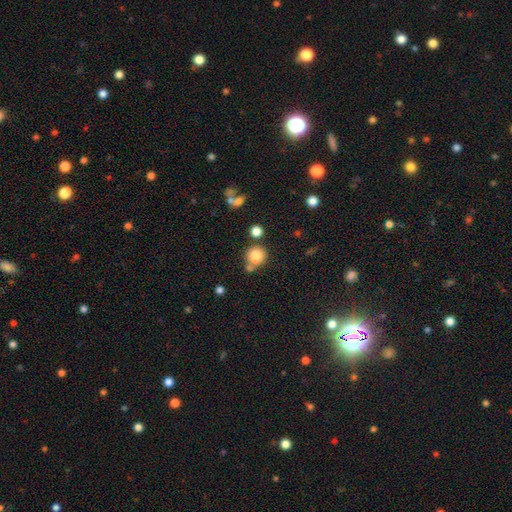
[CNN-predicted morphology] smooth_or_featured: smooth (p=0.79) [alt: star or artifact p=0.11]
how_rounded: round (p=0.89) [alt: in between p=0.10]
merging: none (p=0.59) [alt: merger p=0.25]